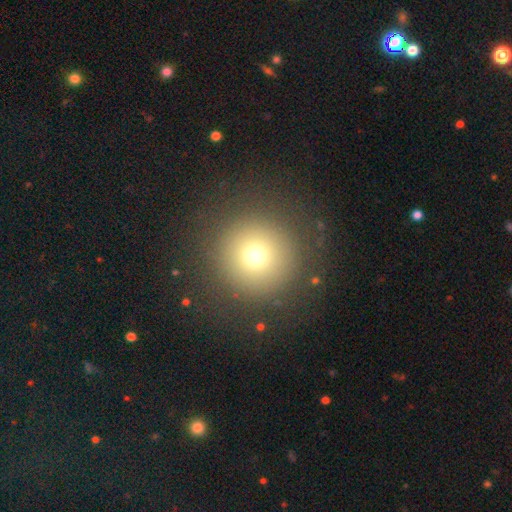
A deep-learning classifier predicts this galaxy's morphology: This appears to be a smooth galaxy with no disk features (72%) that is round (96%). Merging: none (88%).